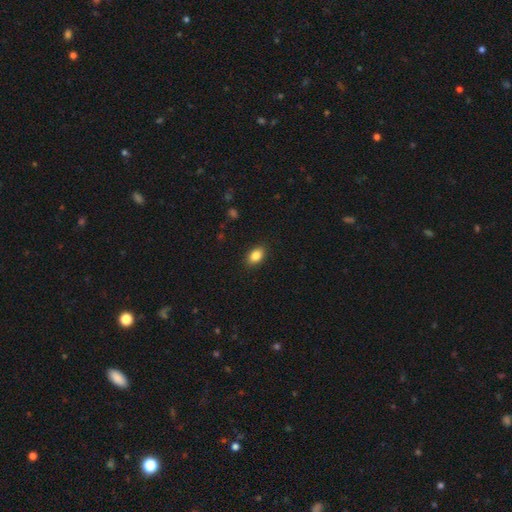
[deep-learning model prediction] Smooth or featured? Predicted: smooth (p=0.85). How rounded? Predicted: in between (p=0.84). Merging? Predicted: none (p=0.89).